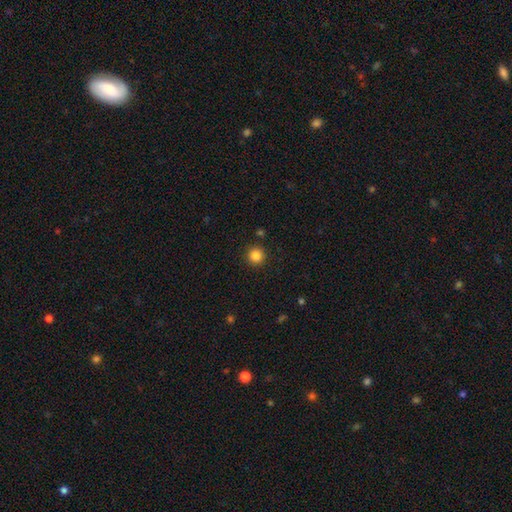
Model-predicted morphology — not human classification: Smooth or featured?
  - smooth: 85% *
  - star or artifact: 11%
  - featured or disk: 4%
How rounded?
  - round: 95% *
  - in between: 4%
  - cigar-shaped: 1%
Merging?
  - none: 91% *
  - minor disturbance: 5%
  - major disturbance: 2%
  - merger: 2%